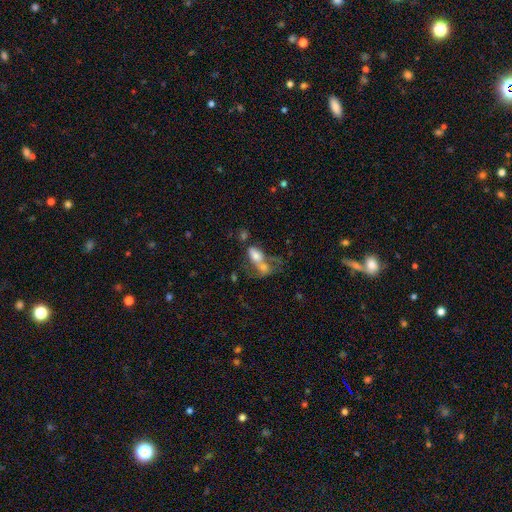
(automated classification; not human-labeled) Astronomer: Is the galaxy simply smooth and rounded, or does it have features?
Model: smooth — 61%.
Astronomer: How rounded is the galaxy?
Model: in between — 86%.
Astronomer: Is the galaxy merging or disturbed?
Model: merger — 64%.